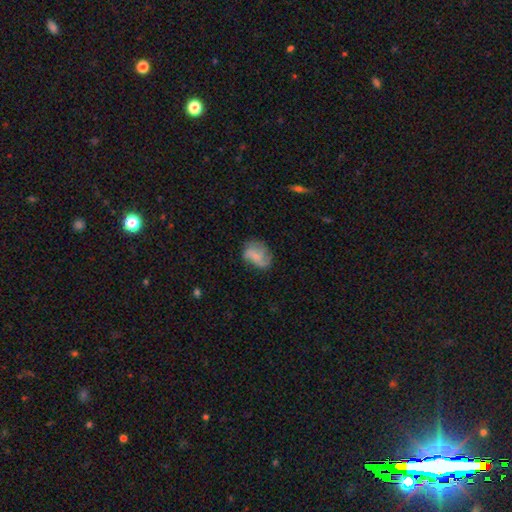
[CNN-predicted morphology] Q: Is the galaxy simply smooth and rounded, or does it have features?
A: featured or disk — 46%.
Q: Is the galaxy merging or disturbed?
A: none — 55%.